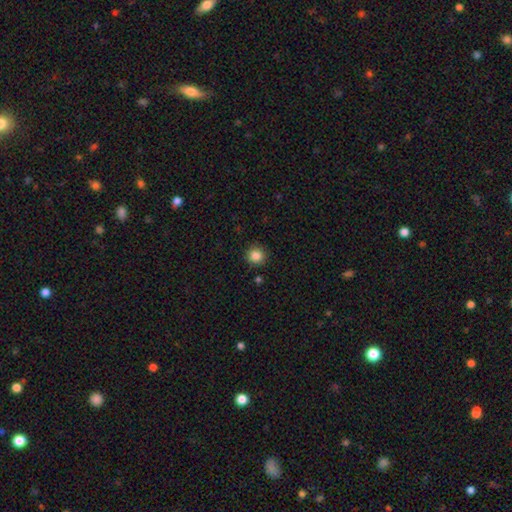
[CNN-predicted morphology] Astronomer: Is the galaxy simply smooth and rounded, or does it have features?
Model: smooth — 86%.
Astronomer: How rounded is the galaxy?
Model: round — 94%.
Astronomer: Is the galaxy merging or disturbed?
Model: none — 90%.